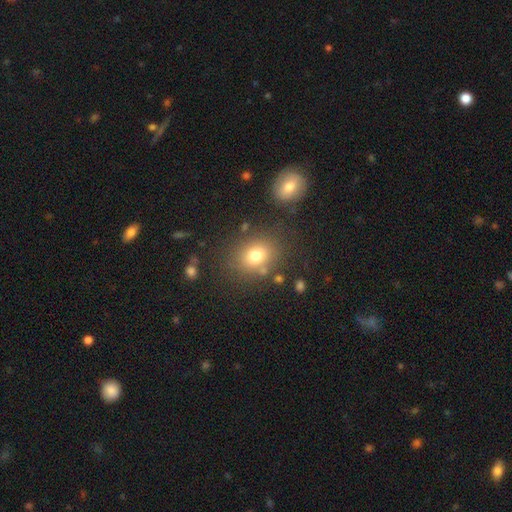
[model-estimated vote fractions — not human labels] A smooth galaxy with no disk features (76%) that is round (56%). Merging: none (77%).